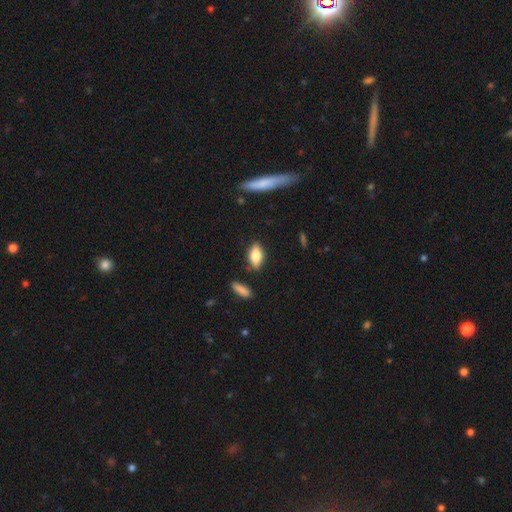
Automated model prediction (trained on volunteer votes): A smooth galaxy with no disk features (71%) that is in between round and cigar-shaped (82%). Merging: none (83%).